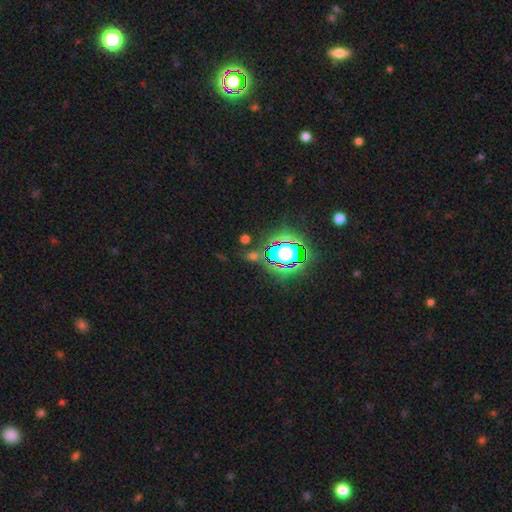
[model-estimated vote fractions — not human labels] The model was most divided on "smooth or featured": star or artifact: 73%, smooth: 17%, featured or disk: 10%.